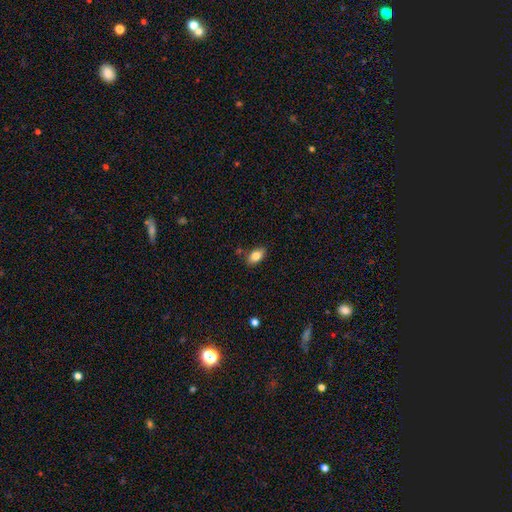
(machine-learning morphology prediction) Smooth or featured? smooth (83%)
How rounded? in between (91%)
Merging? none (82%)